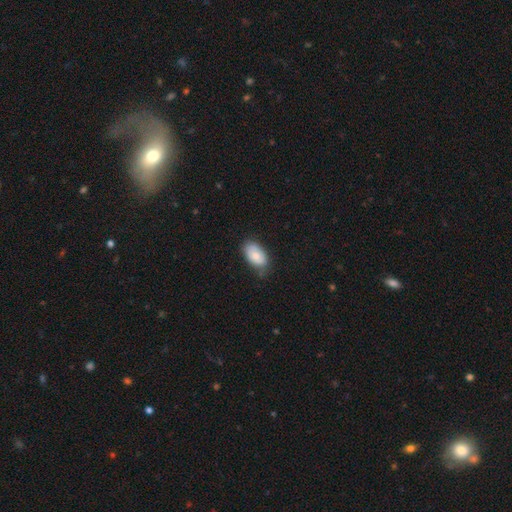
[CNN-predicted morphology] Smooth or featured? smooth (78%)
How rounded? in between (93%)
Merging? none (68%)